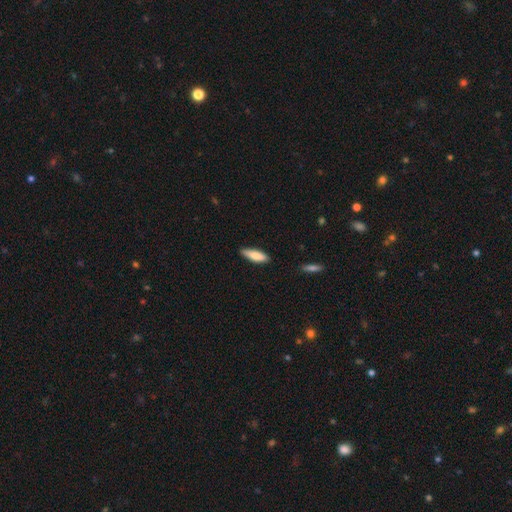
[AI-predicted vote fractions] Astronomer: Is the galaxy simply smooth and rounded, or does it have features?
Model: smooth — 81%.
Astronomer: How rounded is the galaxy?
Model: cigar-shaped — 51% (runner-up: in between, 47%).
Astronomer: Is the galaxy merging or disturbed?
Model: none — 83%.